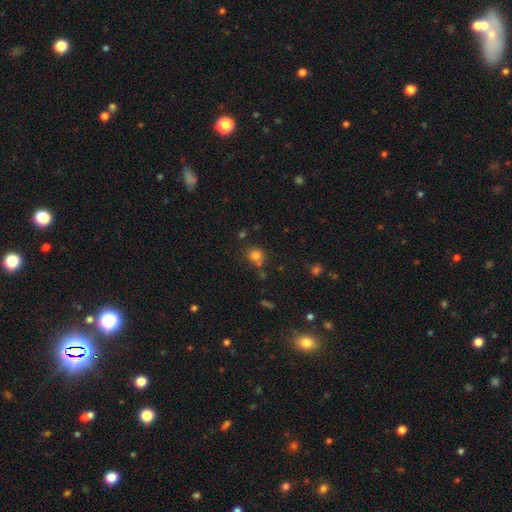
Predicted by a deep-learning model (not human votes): Smooth or featured? Predicted: smooth (p=0.77). How rounded? Predicted: round (p=0.87). Merging? Predicted: none (p=0.68).